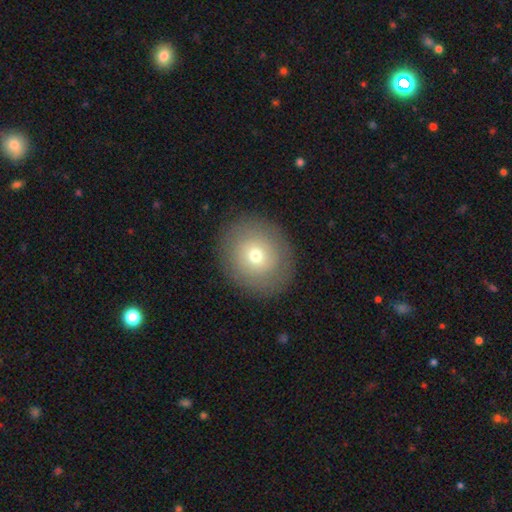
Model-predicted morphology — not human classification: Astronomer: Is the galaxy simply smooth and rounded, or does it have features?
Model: smooth — 69%.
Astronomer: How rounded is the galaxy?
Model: round — 78%.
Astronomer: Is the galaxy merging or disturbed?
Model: none — 87%.